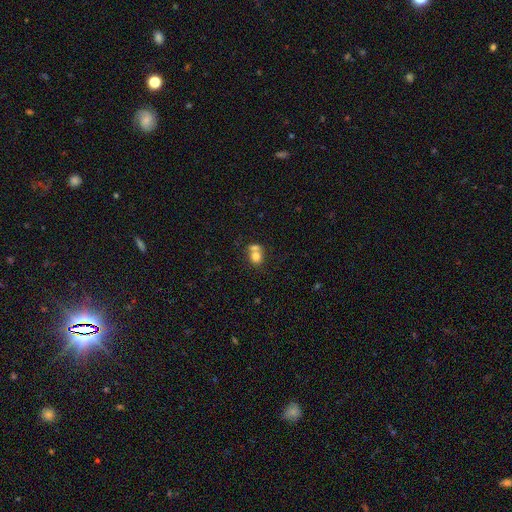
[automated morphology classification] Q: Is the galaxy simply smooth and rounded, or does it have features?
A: smooth — 74%.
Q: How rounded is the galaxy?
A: round — 67%.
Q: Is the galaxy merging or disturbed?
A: merger — 57%.